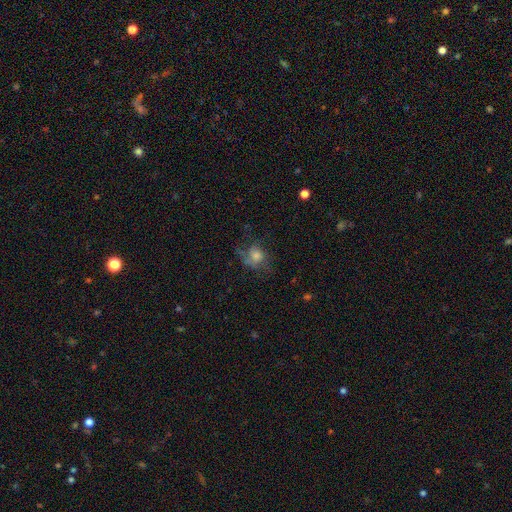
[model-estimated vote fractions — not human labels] Morphology: type=featured or disk (44%); merging=none (50%).